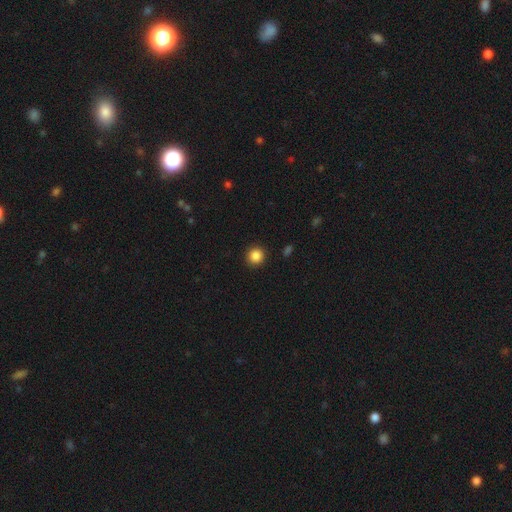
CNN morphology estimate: This is clearly a smooth galaxy (86%). How rounded: clearly round (93%). Merging: clearly none (91%).